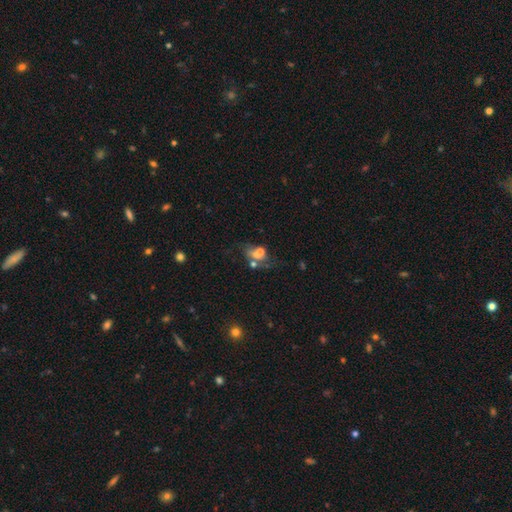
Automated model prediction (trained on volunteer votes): Overall: smooth (45%; featured or disk 33%). Merging: none (33%; merger 32%).